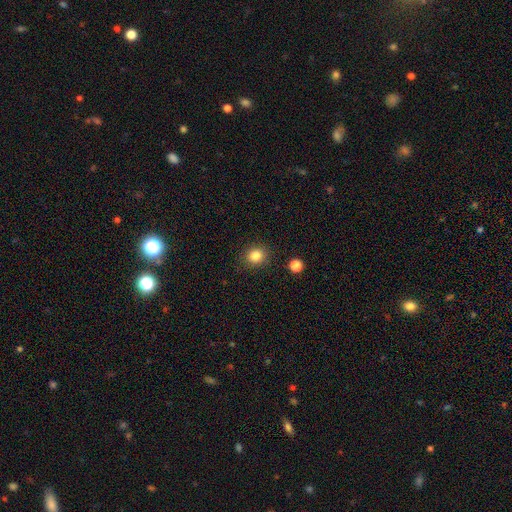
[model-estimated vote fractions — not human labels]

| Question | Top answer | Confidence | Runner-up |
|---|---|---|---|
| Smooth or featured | smooth | 84% | star or artifact (11%) |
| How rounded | round | 77% | in between (22%) |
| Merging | none | 88% | minor disturbance (7%) |